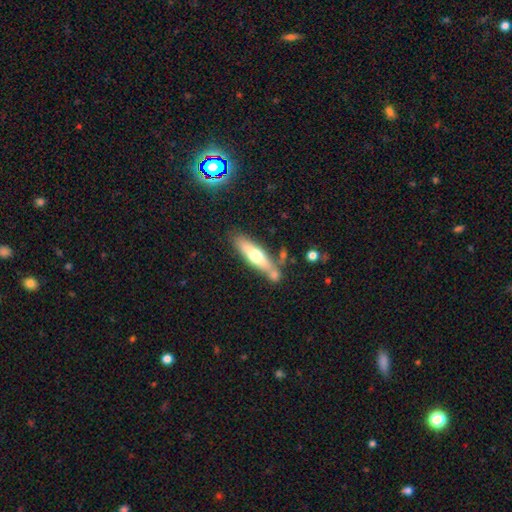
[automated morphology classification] Smooth or featured? Predicted: smooth (p=0.53). How rounded? Predicted: cigar-shaped (p=0.70). Merging? Predicted: none (p=0.63).